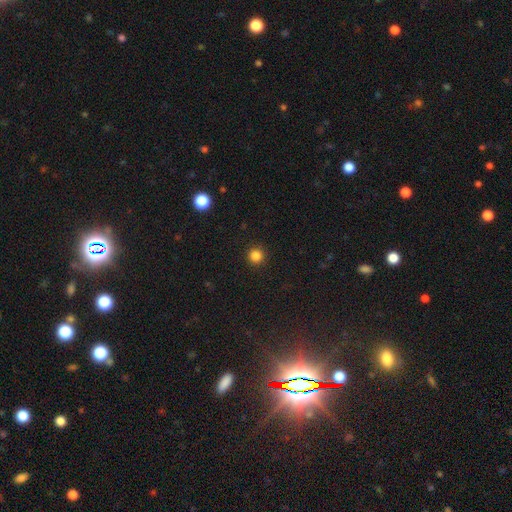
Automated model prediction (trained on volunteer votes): A smooth galaxy with no disk features (84%) that is round (96%). Merging: none (93%).